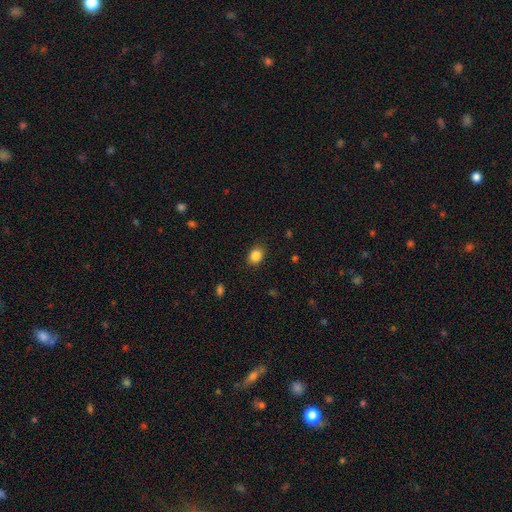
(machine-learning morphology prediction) Overall: smooth (86%). How rounded: in between (50%; round 49%). Merging: none (87%).